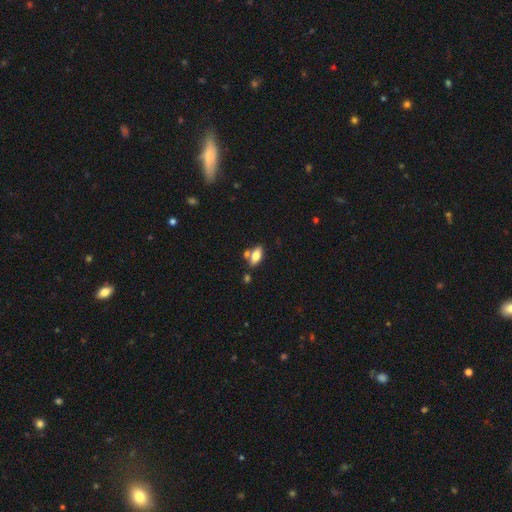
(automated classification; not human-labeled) smooth 72%, featured or disk 21%, star or artifact 7%. Down the decision tree: how rounded — in between (83%); merging — none (65%).